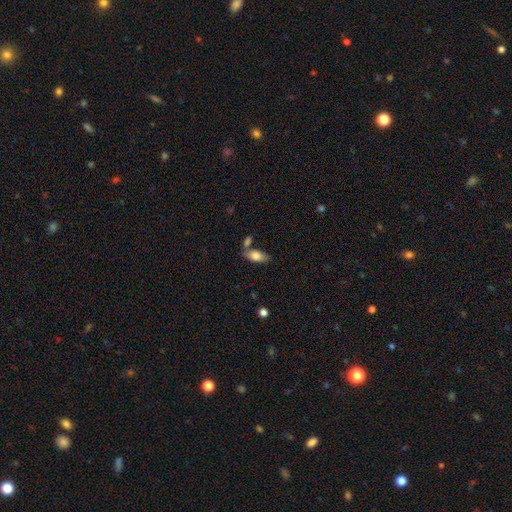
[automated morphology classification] The model was most divided on "merging": none: 63%, merger: 18%, minor disturbance: 15%, major disturbance: 4%. More confident: how rounded — in between (87%); smooth or featured — smooth (78%).